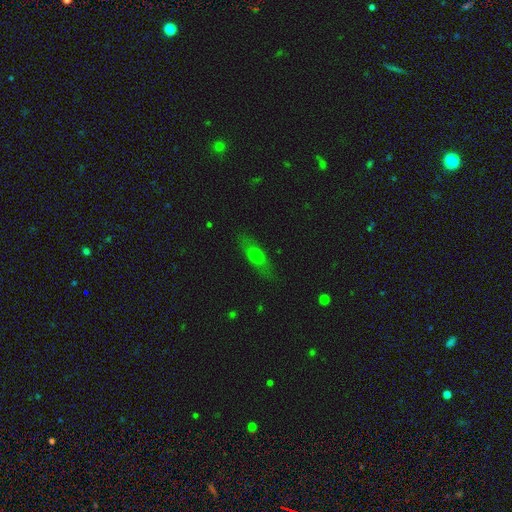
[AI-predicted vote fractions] Q: Smooth or featured?
A: smooth (57%); runner-up: featured or disk (32%)
Q: How rounded?
A: in between (50%); runner-up: cigar-shaped (42%)
Q: Merging?
A: none (81%); runner-up: minor disturbance (13%)